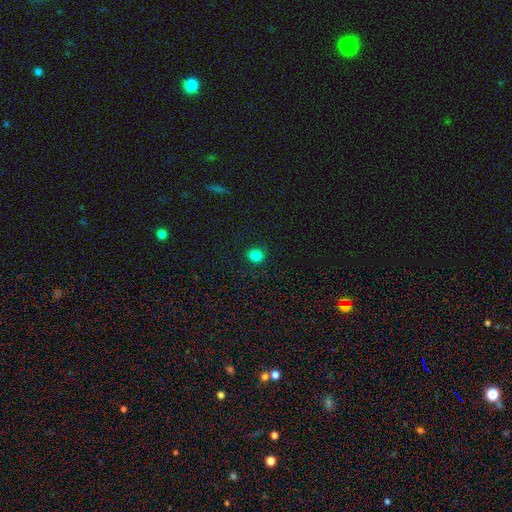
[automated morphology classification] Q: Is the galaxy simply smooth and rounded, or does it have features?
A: smooth — 85%.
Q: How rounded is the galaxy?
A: round — 80%.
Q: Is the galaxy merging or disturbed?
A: none — 91%.